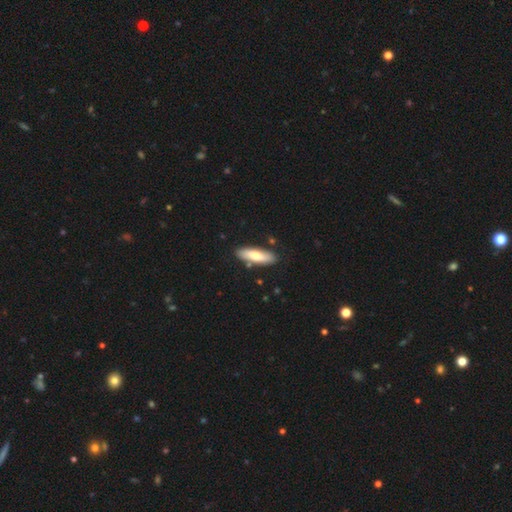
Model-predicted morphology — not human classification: A smooth galaxy with no disk features (70%) that is cigar-shaped (52%).

Vote fractions:
- Smooth or featured? smooth: 70% / featured or disk: 24% / star or artifact: 5%
- How rounded? cigar-shaped: 52% / in between: 46% / round: 2%
- Merging? none: 85% / minor disturbance: 10% / merger: 3% / major disturbance: 2%